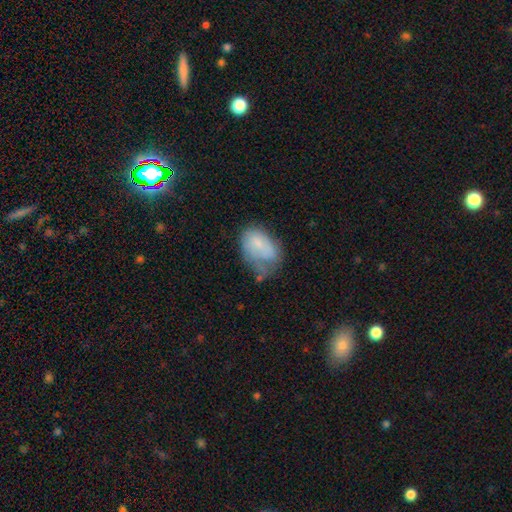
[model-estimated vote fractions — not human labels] Smooth or featured: smooth — 65% (featured or disk — 25%)
How rounded: in between — 86% (round — 12%)
Merging: minor disturbance — 37% (none — 33%)